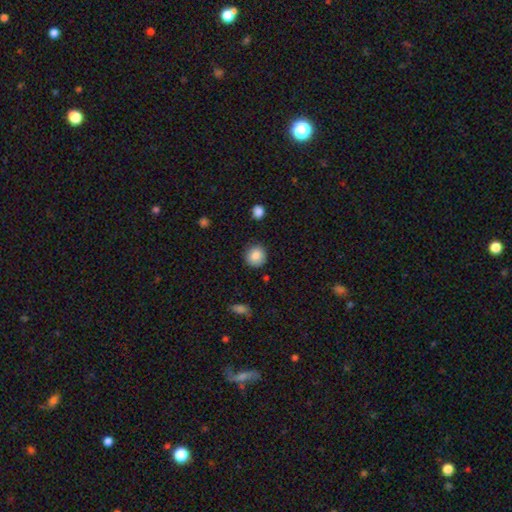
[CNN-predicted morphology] type=smooth (87%); roundness=round (91%); merging=none (87%).